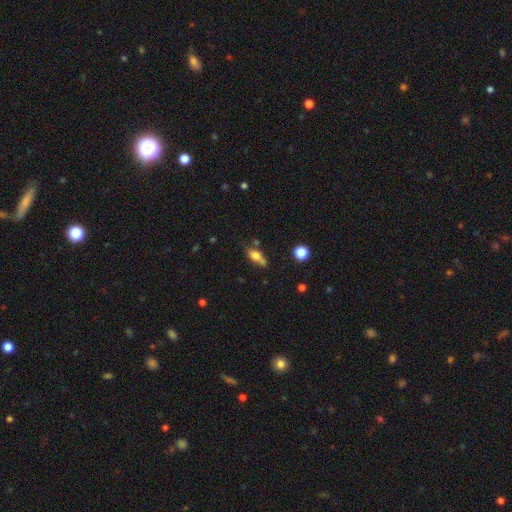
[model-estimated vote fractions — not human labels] Morphology: type=smooth (64%); roundness=in between (70%); merging=none (55%).